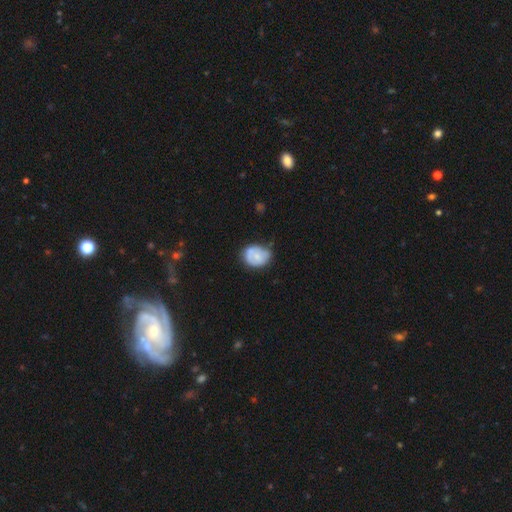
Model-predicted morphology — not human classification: This appears to be a smooth galaxy with no disk features (63%) that is in between round and cigar-shaped (53%). Merging: none (49%).